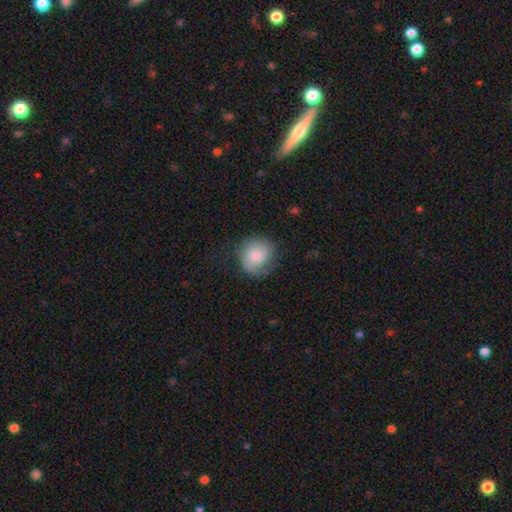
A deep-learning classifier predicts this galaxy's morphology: Smooth or featured?
  - smooth: 65% *
  - featured or disk: 27%
  - star or artifact: 7%
How rounded?
  - round: 83% *
  - in between: 16%
  - cigar-shaped: 1%
Merging?
  - none: 62% *
  - minor disturbance: 24%
  - major disturbance: 12%
  - merger: 1%